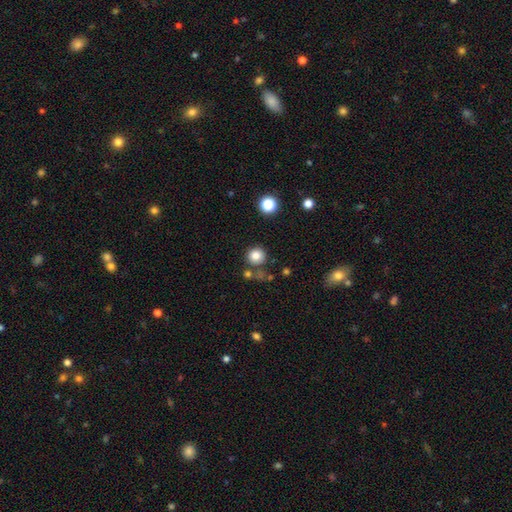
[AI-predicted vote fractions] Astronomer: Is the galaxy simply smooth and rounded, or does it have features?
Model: smooth — 83%.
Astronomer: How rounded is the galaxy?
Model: round — 92%.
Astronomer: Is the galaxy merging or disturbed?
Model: none — 78%.